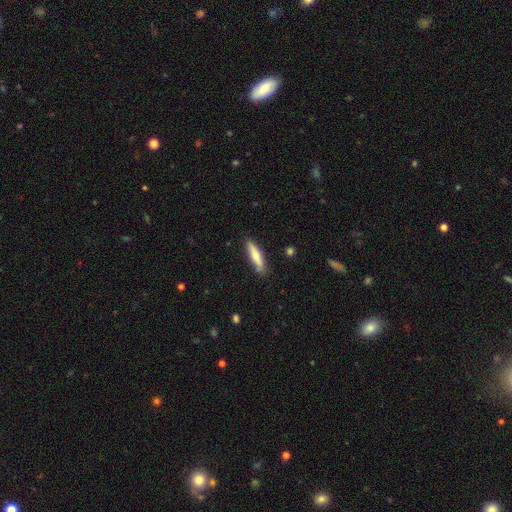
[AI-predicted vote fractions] Q: Smooth or featured?
A: smooth (64%); runner-up: featured or disk (30%)
Q: How rounded?
A: cigar-shaped (78%); runner-up: in between (20%)
Q: Merging?
A: none (84%); runner-up: minor disturbance (13%)